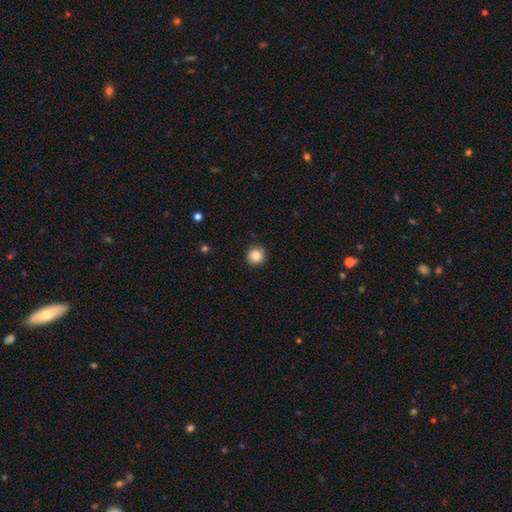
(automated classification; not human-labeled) Smooth or featured? Predicted: smooth (p=0.85). How rounded? Predicted: round (p=0.93). Merging? Predicted: none (p=0.91).